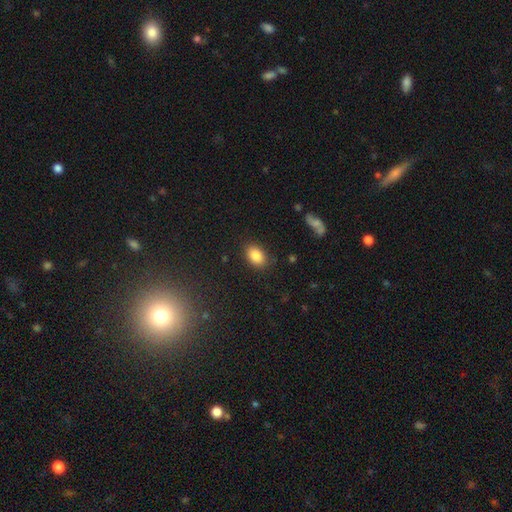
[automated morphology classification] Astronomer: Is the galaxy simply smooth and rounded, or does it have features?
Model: smooth — 86%.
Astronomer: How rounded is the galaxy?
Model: in between — 85%.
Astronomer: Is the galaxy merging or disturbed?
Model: none — 83%.